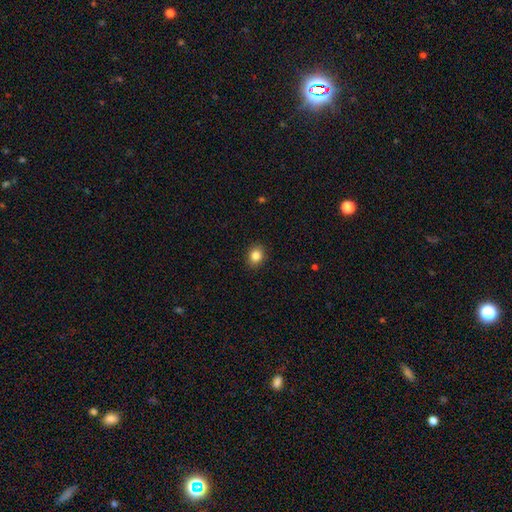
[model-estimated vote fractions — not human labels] This appears to be a smooth galaxy with no disk features (84%) that is round (60%). Merging: none (90%).